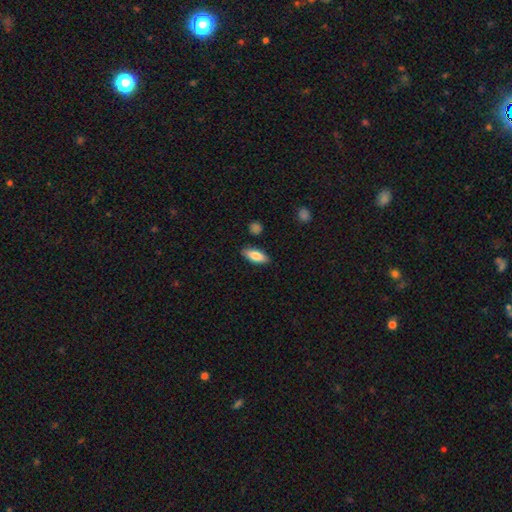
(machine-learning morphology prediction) Smooth or featured?
  - smooth: 81% *
  - featured or disk: 13%
  - star or artifact: 6%
How rounded?
  - in between: 76% *
  - cigar-shaped: 22%
  - round: 2%
Merging?
  - none: 85% *
  - minor disturbance: 11%
  - major disturbance: 2%
  - merger: 2%